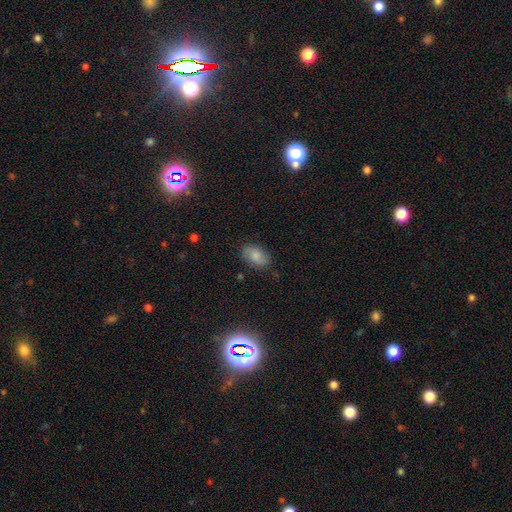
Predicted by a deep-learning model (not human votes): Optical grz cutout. It shows a smooth galaxy with no disk features (72%) that is in between round and cigar-shaped (90%). Merging: none (81%).